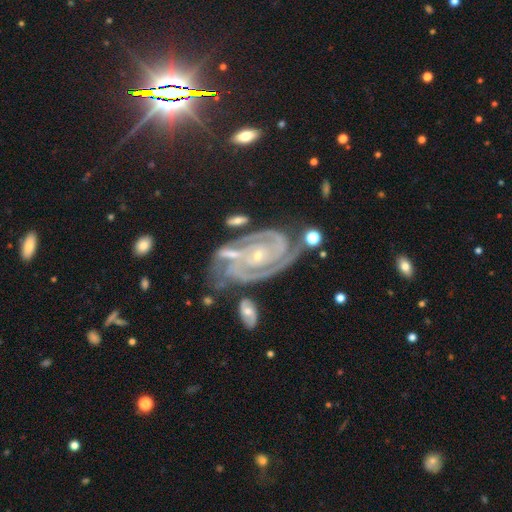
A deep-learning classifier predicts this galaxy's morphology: Smooth or featured: featured or disk — 91% (star or artifact — 6%)
Edge-on disk: no — 98% (yes — 2%)
Bar: no — 59% (weak — 26%)
Spiral arms: yes — 99% (no — 1%)
Spiral winding: tight — 76% (medium — 22%)
Spiral arm count: 2 — 43% (3 — 30%)
Bulge size: small — 77% (moderate — 19%)
Merging: none — 59% (minor disturbance — 22%)